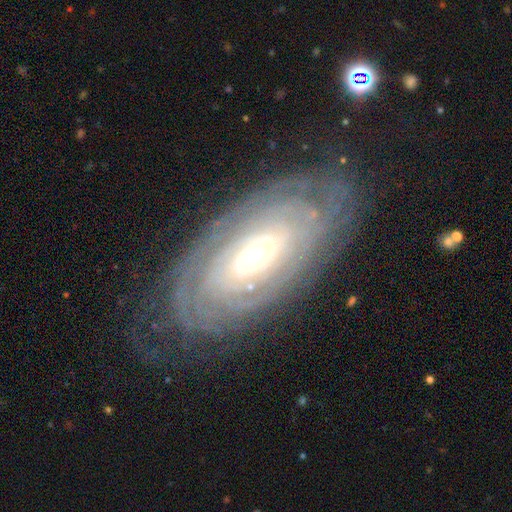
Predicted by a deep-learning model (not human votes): The model was most divided on "bulge size": small: 52%, moderate: 39%, large: 6%, dominant: 2%, none: 1%. More confident: edge-on disk — no (92%); spiral arms — yes (90%); spiral winding — tight (84%); smooth or featured — featured or disk (83%); merging — none (78%); bar — no (67%); spiral arm count — can't tell (52%).